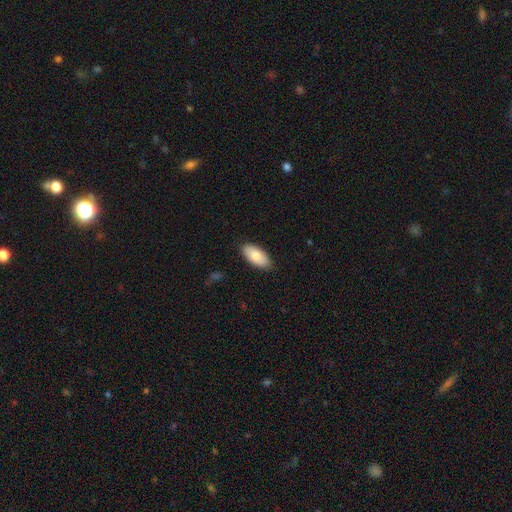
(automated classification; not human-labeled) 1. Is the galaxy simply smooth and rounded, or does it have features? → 83% smooth, 11% featured or disk, 6% star or artifact.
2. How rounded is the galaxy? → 92% in between, 6% cigar-shaped, 2% round.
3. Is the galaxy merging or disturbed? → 87% none, 10% minor disturbance, 2% major disturbance, 1% merger.